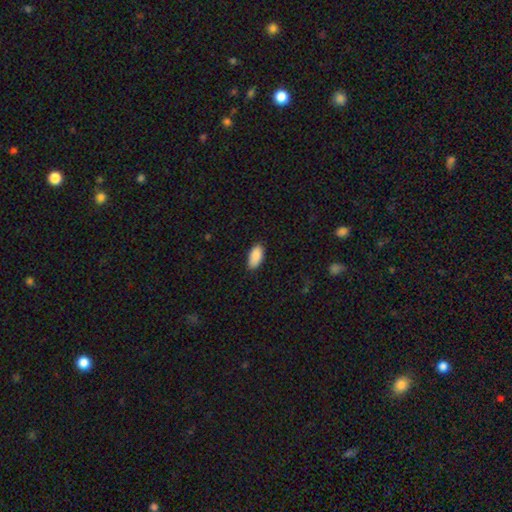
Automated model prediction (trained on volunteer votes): smooth 89%, star or artifact 6%, featured or disk 4%. Down the decision tree: how rounded — in between (94%); merging — none (85%).